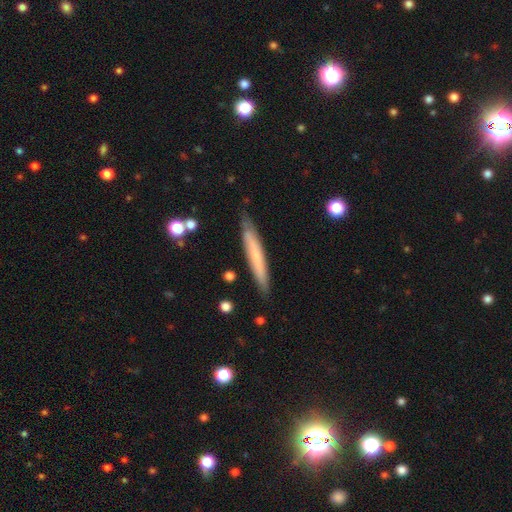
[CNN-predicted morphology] smooth-or-featured: smooth: 59% | featured or disk: 35% | star or artifact: 6%
  how-rounded: cigar-shaped: 95% | in between: 4% | round: 1%
  merging: none: 85% | minor disturbance: 11% | major disturbance: 2% | merger: 2%